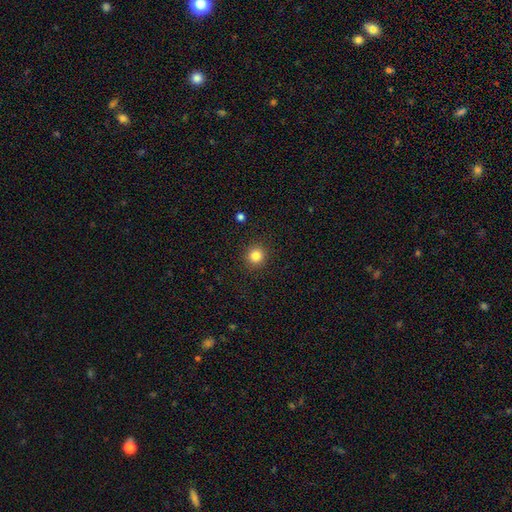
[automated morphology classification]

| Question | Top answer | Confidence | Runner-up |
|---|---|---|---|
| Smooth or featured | smooth | 84% | star or artifact (11%) |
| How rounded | round | 93% | in between (6%) |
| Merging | none | 92% | minor disturbance (5%) |